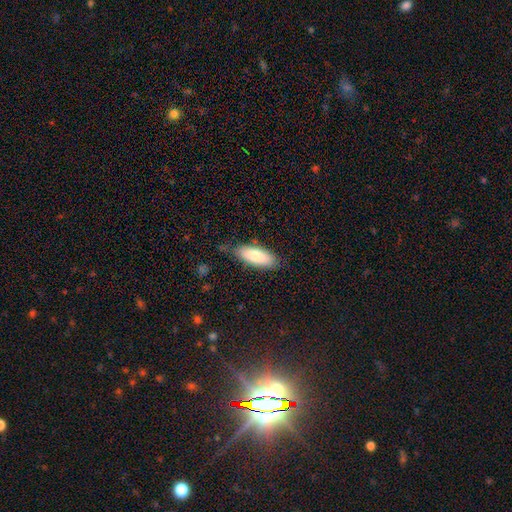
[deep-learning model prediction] Overall: smooth (78%). How rounded: in between (77%). Merging: none (76%).